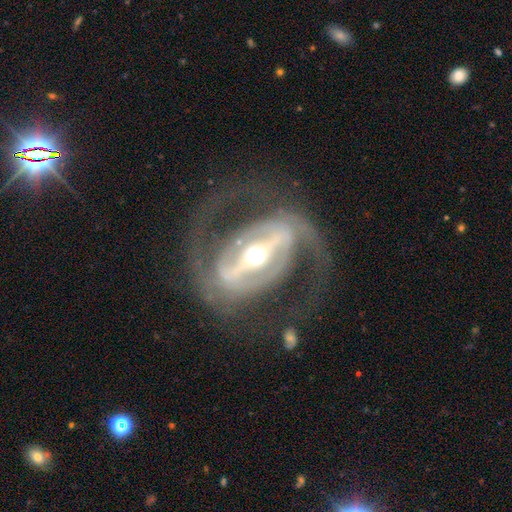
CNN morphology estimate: featured or disk 89%, smooth 6%, star or artifact 4%. Down the decision tree: edge-on disk — no (94%); bar — strong (78%); spiral arms — yes (79%); spiral arm count — 2 (87%); spiral winding — medium (48%); bulge size — moderate (70%); merging — none (68%).